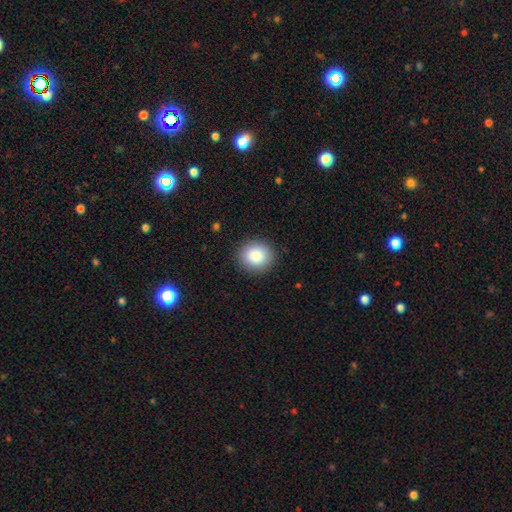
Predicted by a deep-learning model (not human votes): The model was most divided on "how rounded": round: 86%, in between: 13%, cigar-shaped: 1%. More confident: merging — none (90%); smooth or featured — smooth (85%).